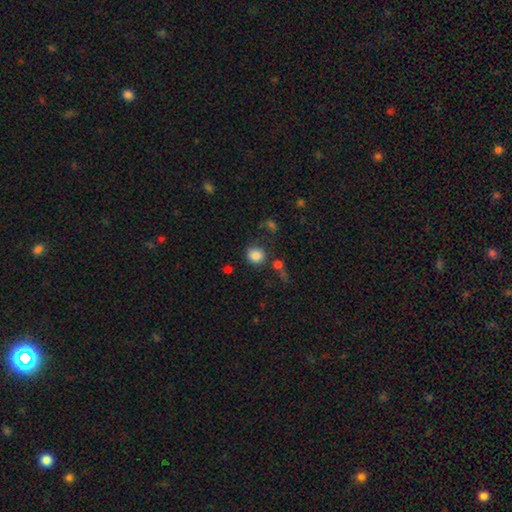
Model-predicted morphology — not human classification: smooth-or-featured: smooth: 84% | star or artifact: 10% | featured or disk: 5%
  how-rounded: round: 77% | in between: 22% | cigar-shaped: 1%
  merging: none: 71% | minor disturbance: 15% | merger: 8% | major disturbance: 6%